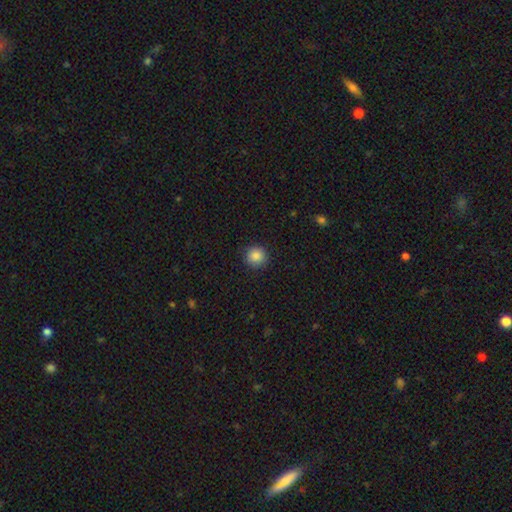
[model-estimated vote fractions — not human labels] This appears to be a smooth galaxy with no disk features (87%) that is round (94%). Merging: none (90%).